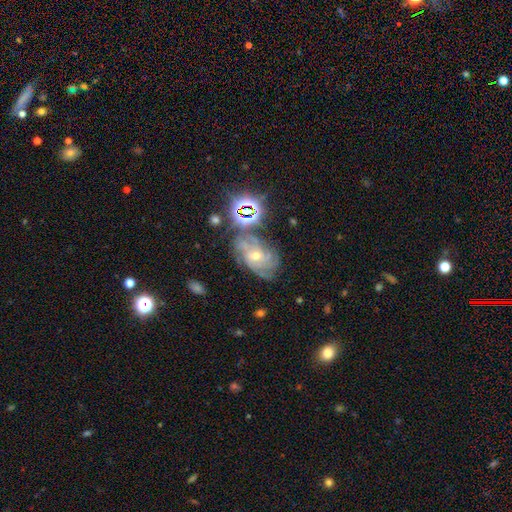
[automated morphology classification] Smooth or featured? Predicted: featured or disk (p=0.70). Edge-on disk? Predicted: no (p=0.96). Bar? Predicted: no (p=0.68). Spiral arms? Predicted: yes (p=0.95). Spiral winding? Predicted: tight (p=0.59). Spiral arm count? Predicted: can't tell (p=0.28). Bulge size? Predicted: small (p=0.56). Merging? Predicted: none (p=0.66).